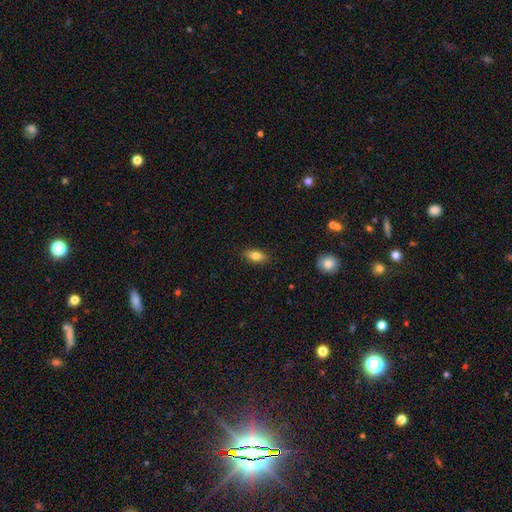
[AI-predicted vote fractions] smooth_or_featured: smooth (p=0.74) [alt: featured or disk p=0.18]
how_rounded: in between (p=0.79) [alt: cigar-shaped p=0.16]
merging: none (p=0.88) [alt: minor disturbance p=0.09]